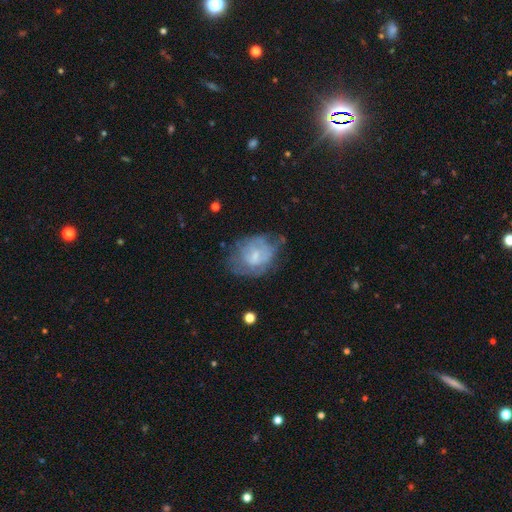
This is likely a featured or disk galaxy (66%). It is clearly not viewed edge-on (96%). Bar: possibly weak (58%). Spiral arm pattern: likely no (75%). Central bulge: possibly small (58%). Merging: possibly none (57%).